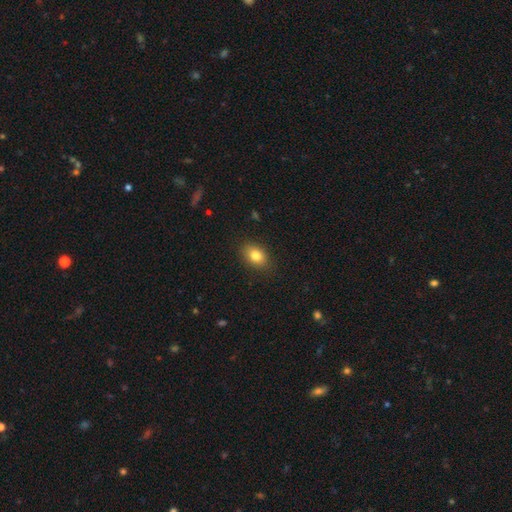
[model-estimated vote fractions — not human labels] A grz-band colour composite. It shows a smooth galaxy with no disk features (82%) that is in between round and cigar-shaped (74%). Merging: none (87%).